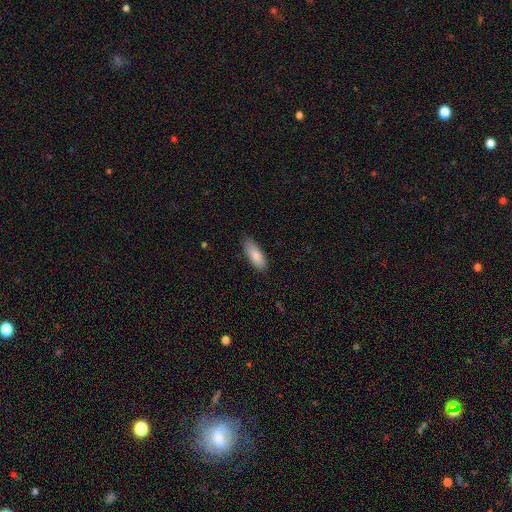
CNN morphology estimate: A smooth galaxy with no disk features (85%) that is in between round and cigar-shaped (70%). Merging: none (78%).